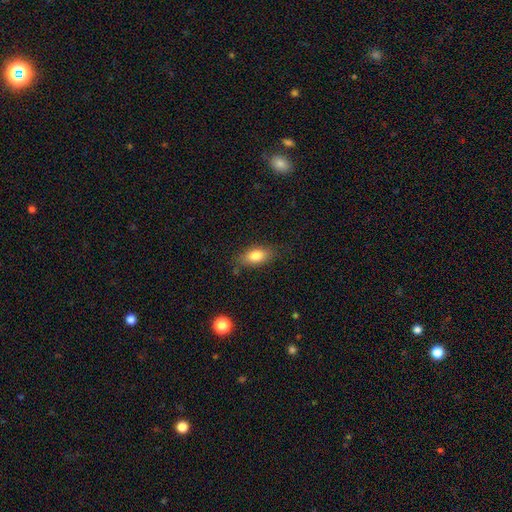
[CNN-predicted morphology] This is clearly a smooth galaxy (81%). How rounded: clearly in between (86%). Merging: likely none (78%).